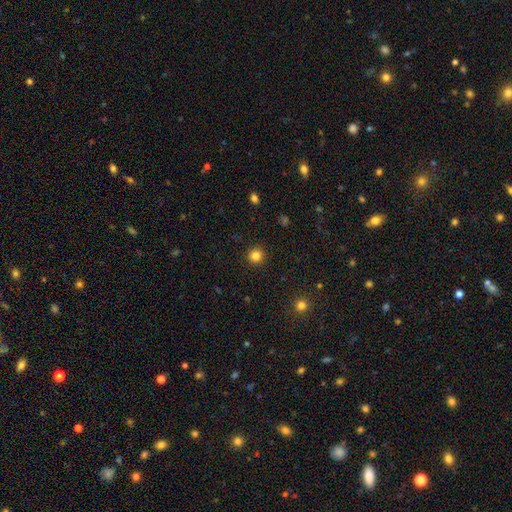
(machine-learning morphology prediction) Smooth or featured?
  - smooth: 83% *
  - star or artifact: 12%
  - featured or disk: 5%
How rounded?
  - round: 94% *
  - in between: 5%
  - cigar-shaped: 1%
Merging?
  - none: 92% *
  - minor disturbance: 5%
  - major disturbance: 2%
  - merger: 1%